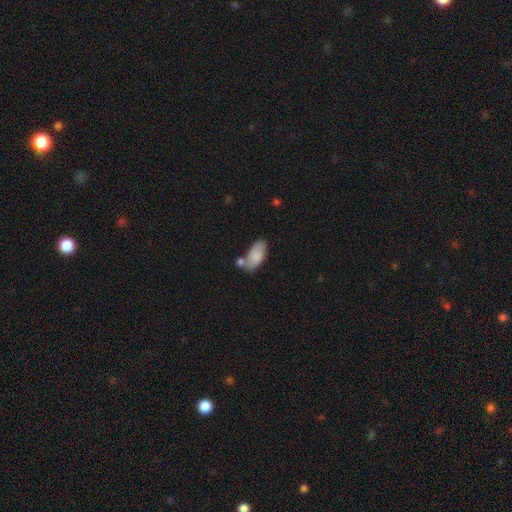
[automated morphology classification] Smooth or featured? smooth (81%)
How rounded? in between (92%)
Merging? none (53%)